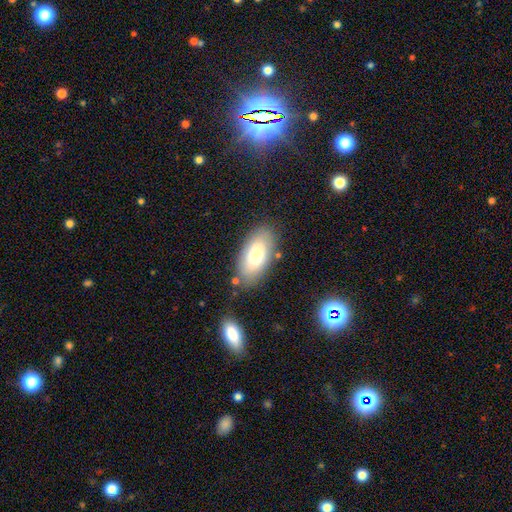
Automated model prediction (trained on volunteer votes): The model was most divided on "smooth or featured": smooth: 76%, featured or disk: 17%, star or artifact: 7%. More confident: how rounded — in between (92%); merging — none (77%).